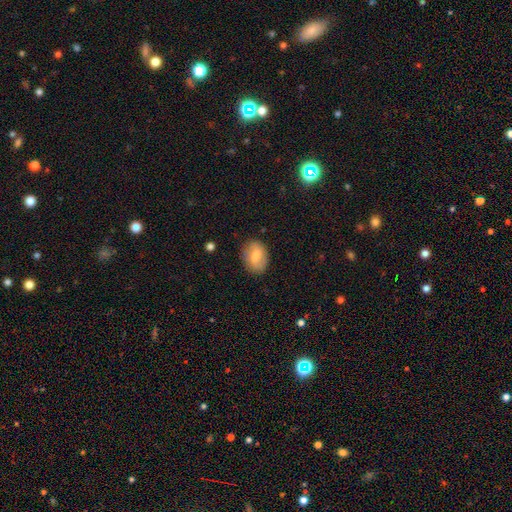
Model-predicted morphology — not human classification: Smooth or featured? Predicted: smooth (p=0.65). How rounded? Predicted: in between (p=0.76). Merging? Predicted: none (p=0.81).